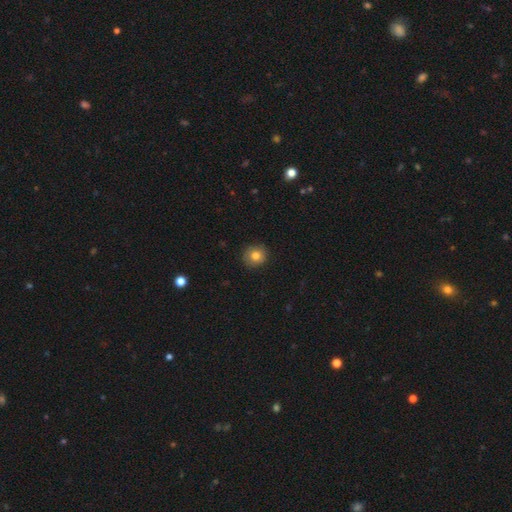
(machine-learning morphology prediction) Smooth or featured? Predicted: smooth (p=0.82). How rounded? Predicted: round (p=0.91). Merging? Predicted: none (p=0.89).